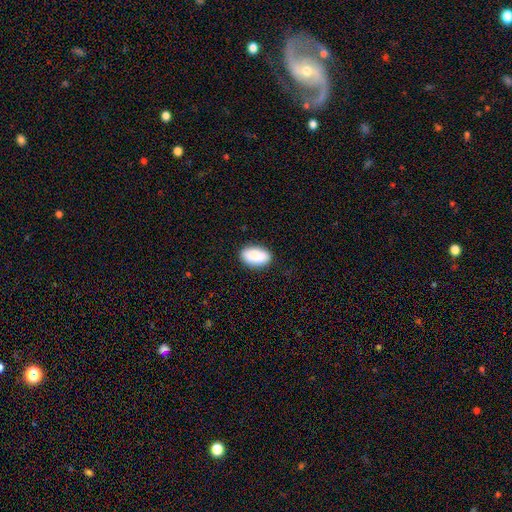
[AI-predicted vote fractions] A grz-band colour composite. It shows a smooth galaxy with no disk features (86%) that is in between round and cigar-shaped (93%). Merging: none (85%).